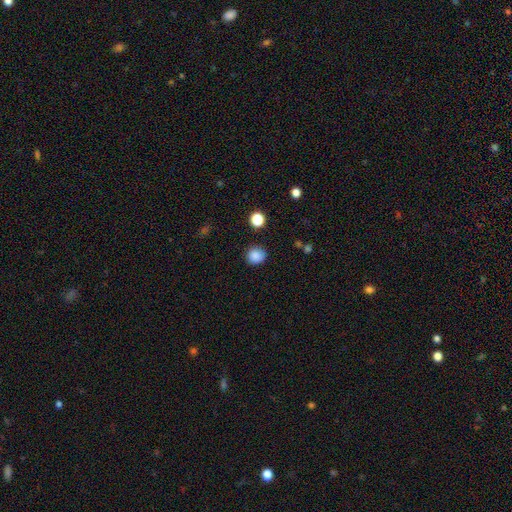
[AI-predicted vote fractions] This is clearly a smooth galaxy (86%). How rounded: clearly round (87%). Merging: clearly none (86%).